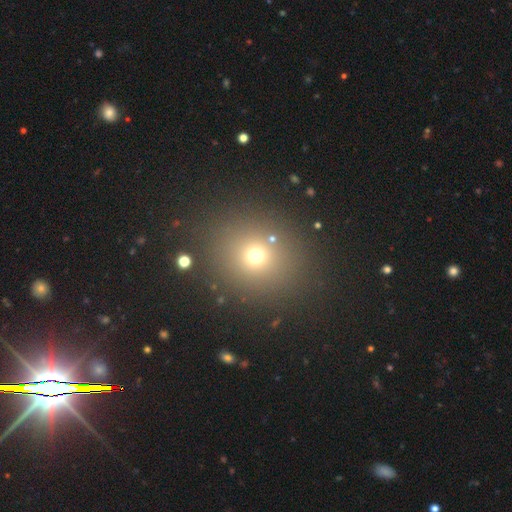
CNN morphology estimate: type=smooth (67%); roundness=round (82%); merging=none (84%).